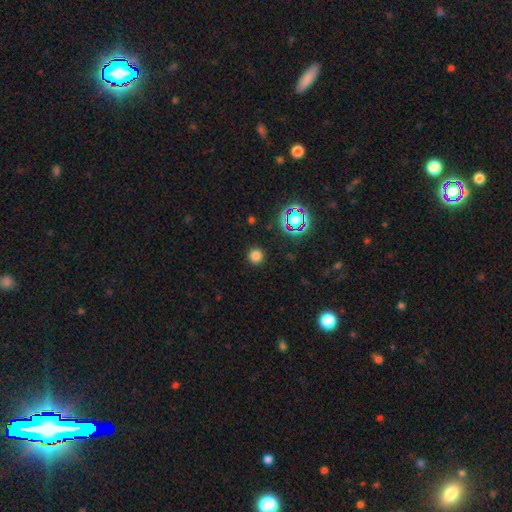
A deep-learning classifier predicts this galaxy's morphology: A smooth galaxy with no disk features (77%) that is round (94%). Merging: none (91%).